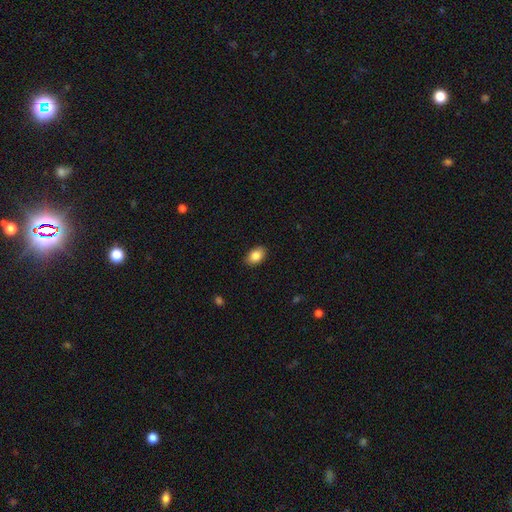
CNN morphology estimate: Smooth or featured? smooth (86%)
How rounded? in between (86%)
Merging? none (88%)